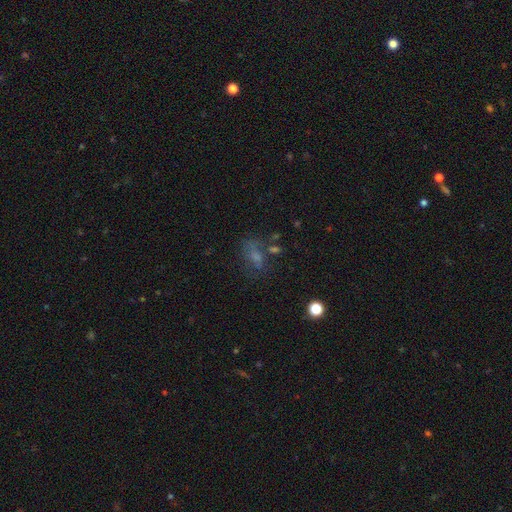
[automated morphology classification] A smooth galaxy with no disk features (47%). Merging: none (44%).